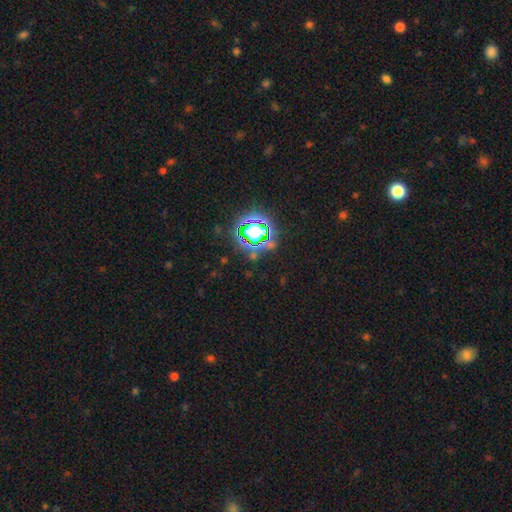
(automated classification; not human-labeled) smooth-or-featured: star or artifact: 81% | smooth: 12% | featured or disk: 7%